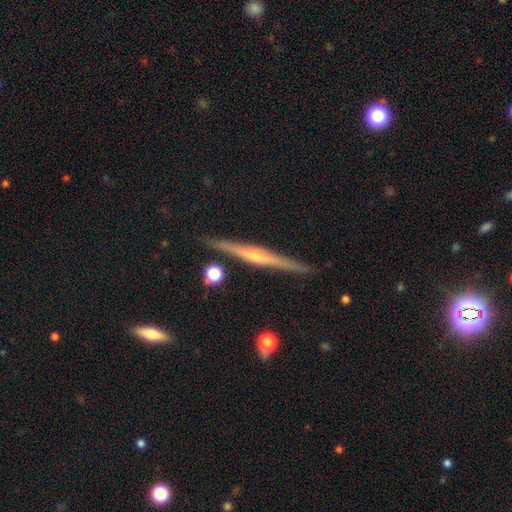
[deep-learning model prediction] featured or disk 82%, smooth 12%, star or artifact 7%. Down the decision tree: edge-on disk — yes (98%); edge-on bulge — rounded (81%); merging — none (89%).